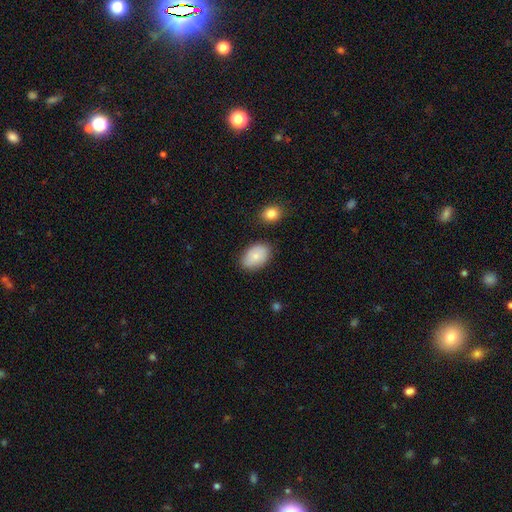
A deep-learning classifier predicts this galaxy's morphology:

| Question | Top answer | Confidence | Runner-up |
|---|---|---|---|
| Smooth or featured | smooth | 83% | featured or disk (11%) |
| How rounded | in between | 89% | round (10%) |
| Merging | none | 81% | minor disturbance (14%) |